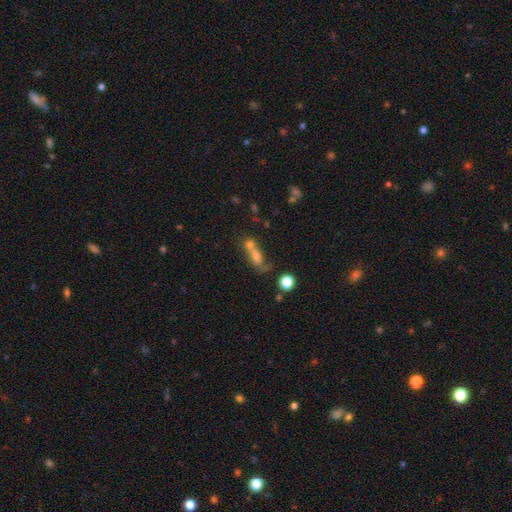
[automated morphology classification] Smooth or featured?
  - smooth: 56% *
  - featured or disk: 26%
  - star or artifact: 18%
How rounded?
  - in between: 49% *
  - round: 30%
  - cigar-shaped: 21%
Merging?
  - merger: 50% *
  - none: 28%
  - major disturbance: 11%
  - minor disturbance: 11%